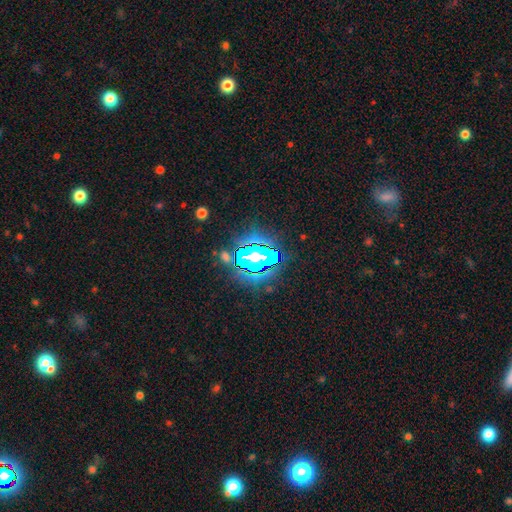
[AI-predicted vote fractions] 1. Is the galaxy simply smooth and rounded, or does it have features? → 80% star or artifact, 12% smooth, 8% featured or disk.